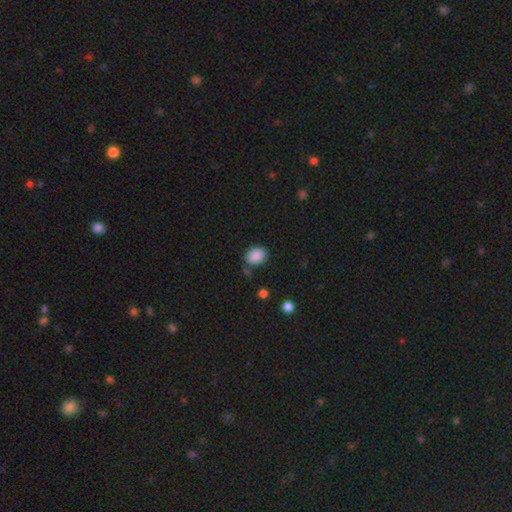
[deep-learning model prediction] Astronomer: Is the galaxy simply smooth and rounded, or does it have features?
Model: smooth — 88%.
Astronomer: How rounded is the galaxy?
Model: in between — 67%.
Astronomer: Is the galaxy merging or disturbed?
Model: none — 76%.